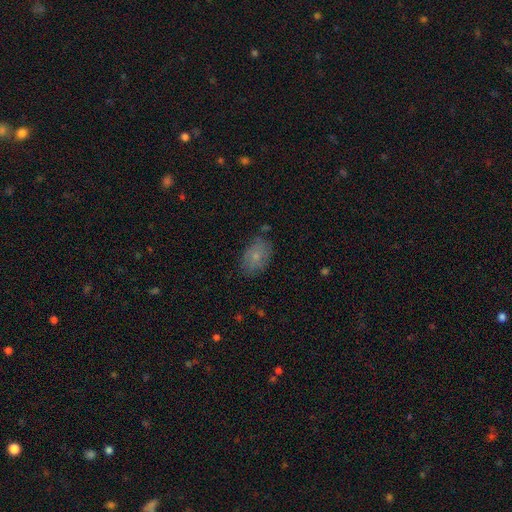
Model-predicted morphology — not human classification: This is likely a smooth galaxy (69%). How rounded: clearly in between (87%). Merging: likely none (73%).